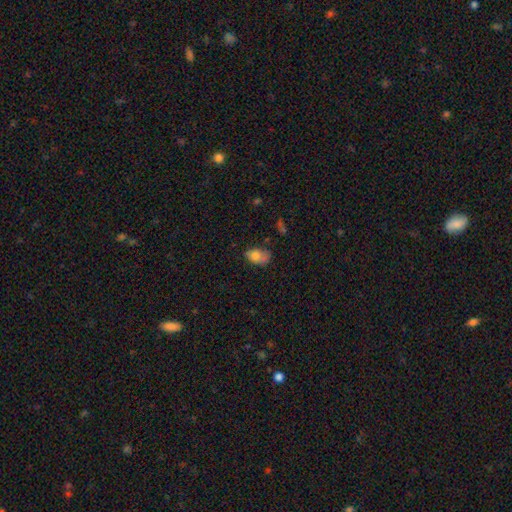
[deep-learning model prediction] Smooth or featured? smooth (77%)
How rounded? in between (88%)
Merging? none (44%)